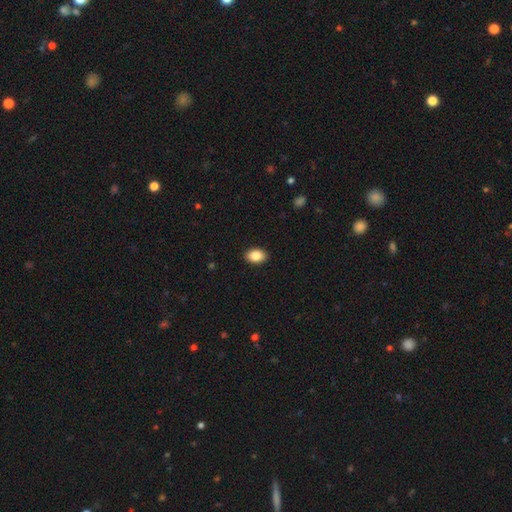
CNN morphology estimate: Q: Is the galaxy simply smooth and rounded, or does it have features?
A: smooth — 86%.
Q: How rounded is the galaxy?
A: in between — 85%.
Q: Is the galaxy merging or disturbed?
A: none — 91%.